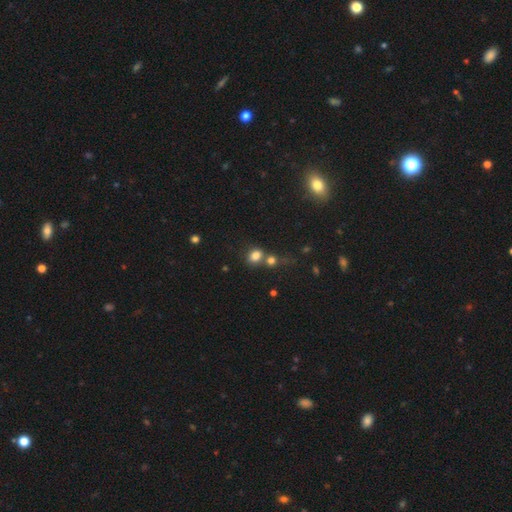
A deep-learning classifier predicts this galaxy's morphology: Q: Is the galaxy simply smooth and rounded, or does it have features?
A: smooth — 80%.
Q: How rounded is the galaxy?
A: round — 55%.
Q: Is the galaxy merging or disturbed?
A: none — 47%.